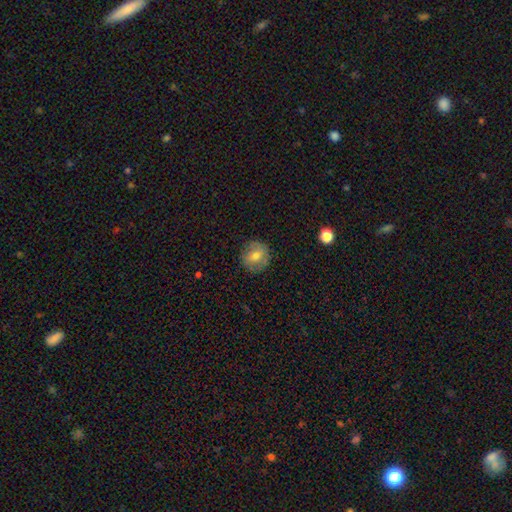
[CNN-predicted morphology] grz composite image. It shows a smooth galaxy with no disk features (67%) that is round (89%). Merging: none (86%).